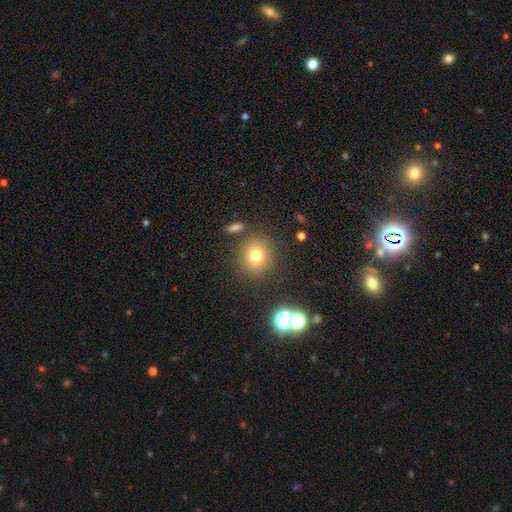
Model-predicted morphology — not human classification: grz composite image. It shows a smooth galaxy with no disk features (75%) that is round (88%). Merging: none (85%).